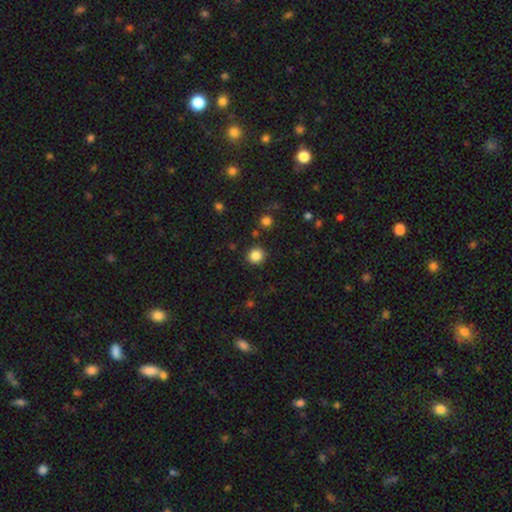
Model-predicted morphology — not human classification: This is clearly a smooth galaxy (84%). How rounded: clearly round (93%). Merging: clearly none (90%).